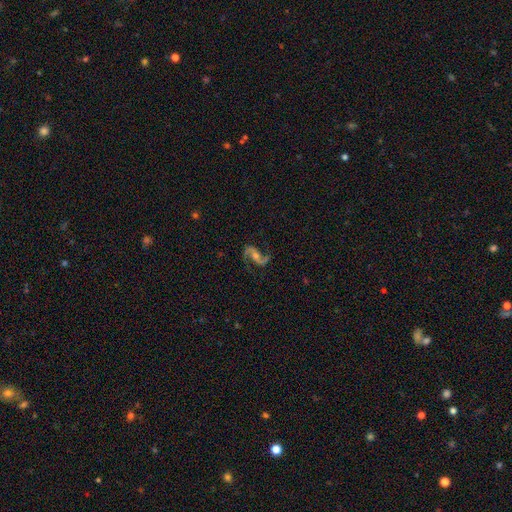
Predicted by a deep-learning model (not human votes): Smooth or featured: featured or disk — 90% (star or artifact — 6%)
Edge-on disk: no — 97% (yes — 3%)
Bar: no — 45% (weak — 35%)
Spiral arms: yes — 98% (no — 2%)
Spiral winding: loose — 52% (medium — 39%)
Spiral arm count: 2 — 94% (1 — 2%)
Bulge size: moderate — 54% (small — 37%)
Merging: none — 80% (minor disturbance — 12%)